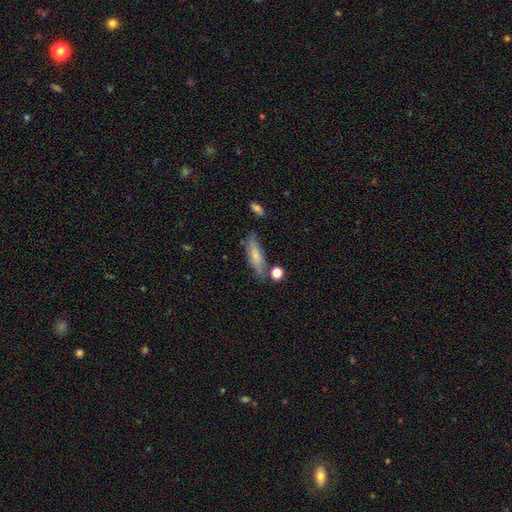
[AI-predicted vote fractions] Morphology: type=smooth (69%); roundness=cigar-shaped (51%); merging=none (66%).